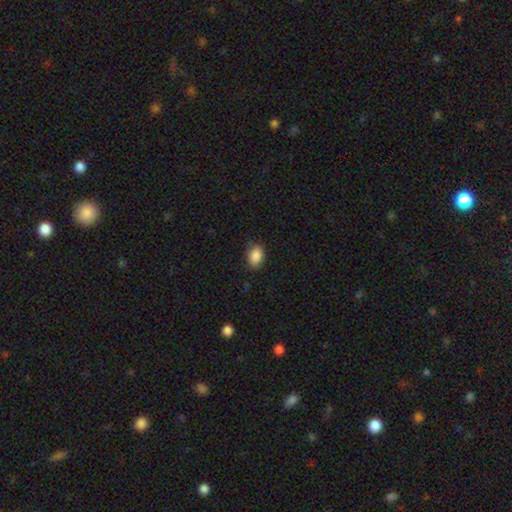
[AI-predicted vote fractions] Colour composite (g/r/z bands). It shows a smooth galaxy with no disk features (88%) that is in between round and cigar-shaped (83%). Merging: none (81%).